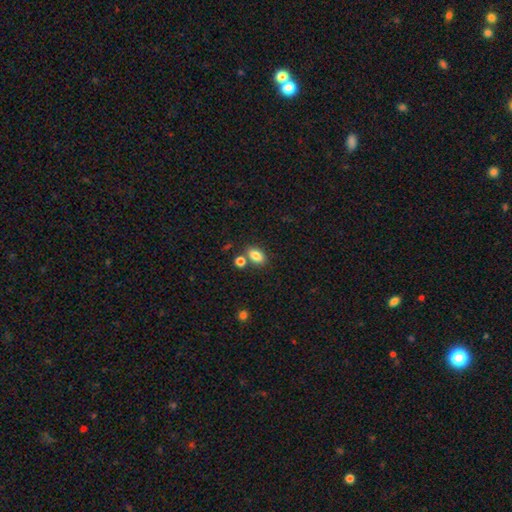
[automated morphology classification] Smooth or featured?
  - smooth: 83% *
  - star or artifact: 9%
  - featured or disk: 7%
How rounded?
  - in between: 85% *
  - round: 12%
  - cigar-shaped: 3%
Merging?
  - none: 69% *
  - merger: 17%
  - minor disturbance: 11%
  - major disturbance: 3%